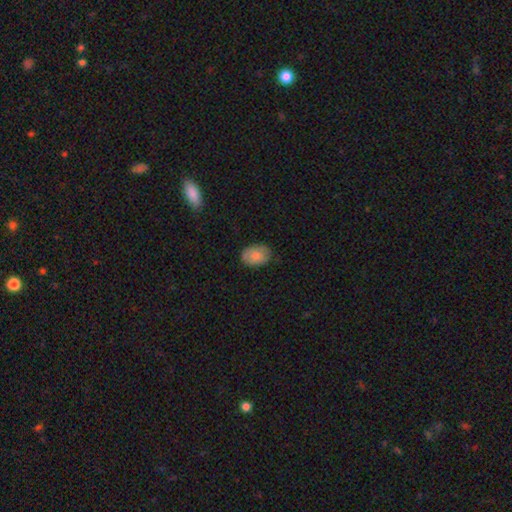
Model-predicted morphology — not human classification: The model was most divided on "how rounded": in between: 76%, round: 23%, cigar-shaped: 1%. More confident: smooth or featured — smooth (80%); merging — none (78%).